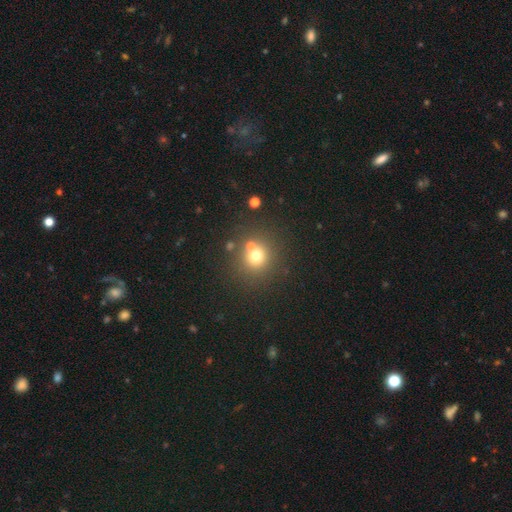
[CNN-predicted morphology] Q: Smooth or featured?
A: smooth (70%); runner-up: star or artifact (19%)
Q: How rounded?
A: round (90%); runner-up: in between (9%)
Q: Merging?
A: none (72%); runner-up: merger (16%)